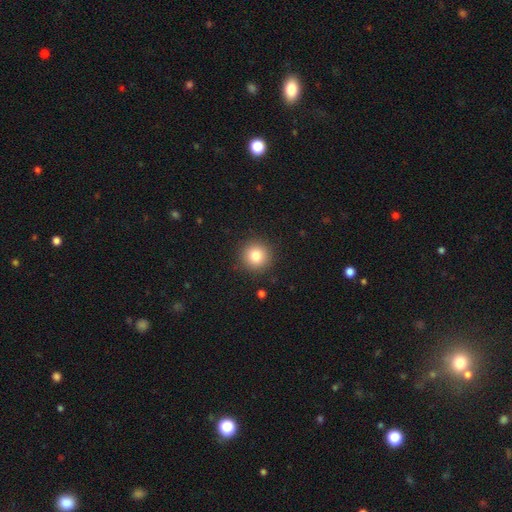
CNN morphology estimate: A smooth galaxy with no disk features (81%) that is round (94%).

Vote fractions:
- Smooth or featured? smooth: 81% / star or artifact: 11% / featured or disk: 8%
- How rounded? round: 94% / in between: 5% / cigar-shaped: 1%
- Merging? none: 91% / minor disturbance: 6% / major disturbance: 2% / merger: 1%